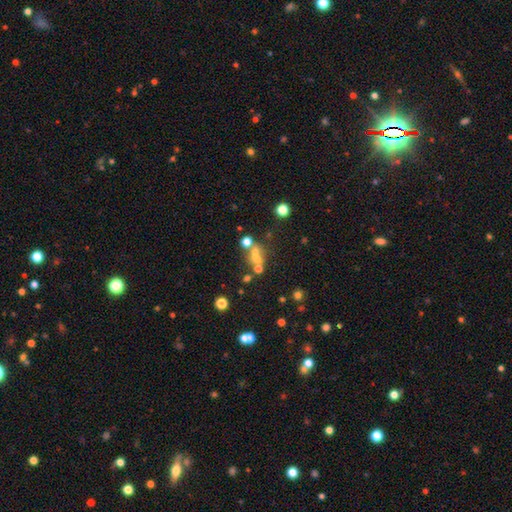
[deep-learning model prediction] This is possibly a smooth galaxy (46%). Merging: marginally merger (41%).